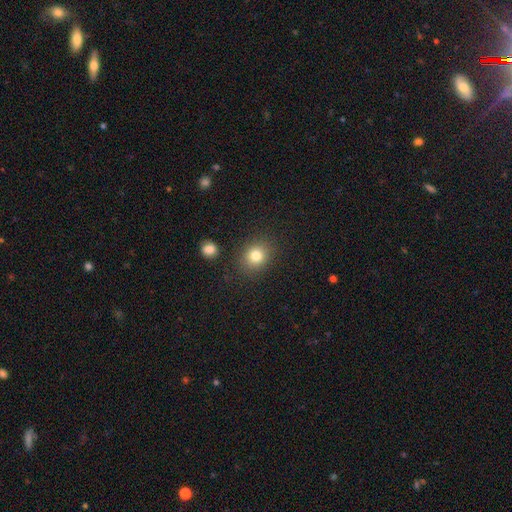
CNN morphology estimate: Q: Smooth or featured?
A: smooth (81%); runner-up: star or artifact (12%)
Q: How rounded?
A: round (67%); runner-up: in between (32%)
Q: Merging?
A: none (85%); runner-up: minor disturbance (9%)